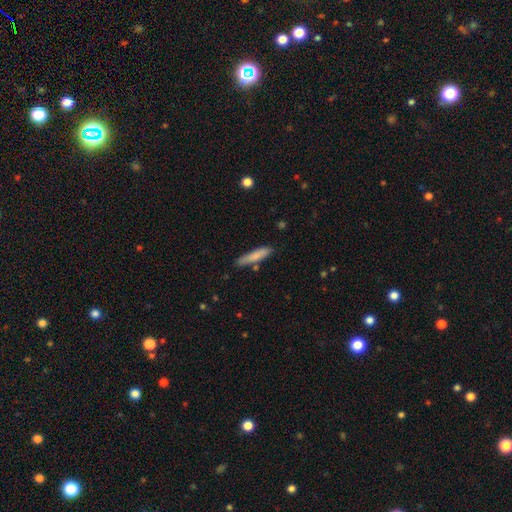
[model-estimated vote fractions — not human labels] Smooth or featured: smooth — 80% (featured or disk — 14%)
How rounded: cigar-shaped — 86% (in between — 12%)
Merging: none — 79% (minor disturbance — 14%)